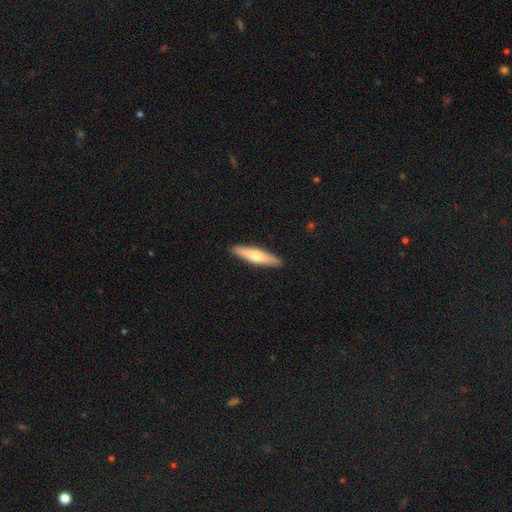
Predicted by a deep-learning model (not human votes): The model was most divided on "smooth or featured": smooth: 55%, featured or disk: 40%, star or artifact: 5%. More confident: merging — none (91%); how rounded — cigar-shaped (82%).